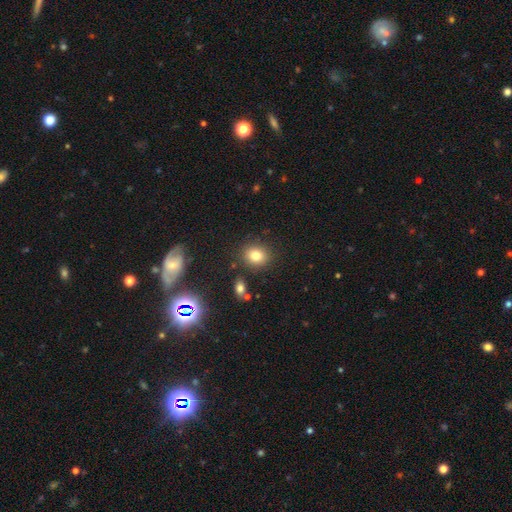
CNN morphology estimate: This is likely a smooth galaxy (80%). How rounded: likely round (65%). Merging: clearly none (83%).